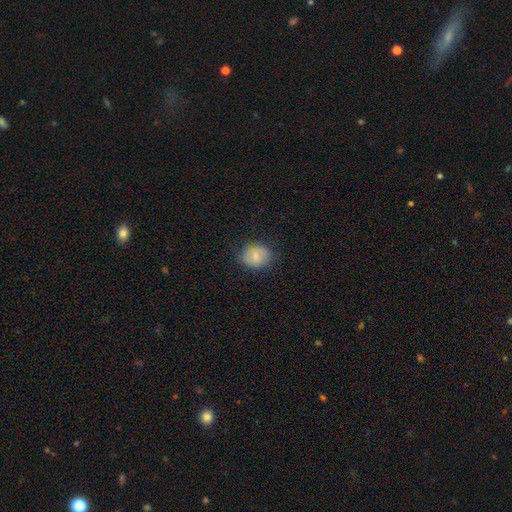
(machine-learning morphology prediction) Overall: smooth (67%). How rounded: round (61%; in between 38%). Merging: none (78%).